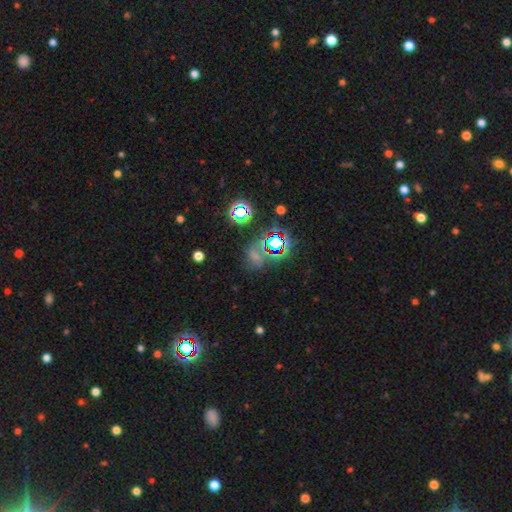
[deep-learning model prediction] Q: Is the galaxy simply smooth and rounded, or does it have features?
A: star or artifact — 50%.